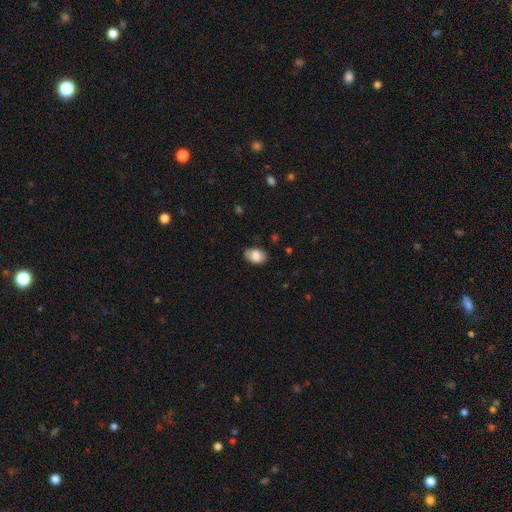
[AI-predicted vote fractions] This is likely a smooth galaxy (79%). How rounded: clearly in between (81%). Merging: likely none (71%).